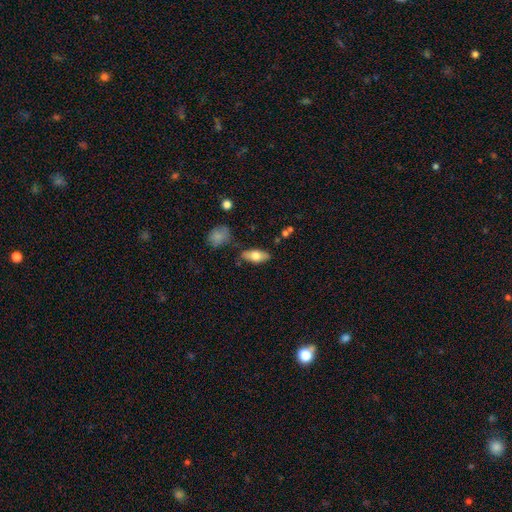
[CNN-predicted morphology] type=smooth (69%); roundness=in between (83%); merging=none (79%).